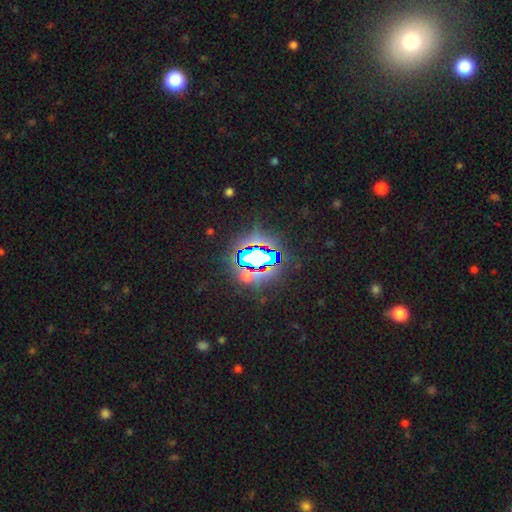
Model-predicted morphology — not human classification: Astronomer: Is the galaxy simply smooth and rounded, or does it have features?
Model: star or artifact — 83%.